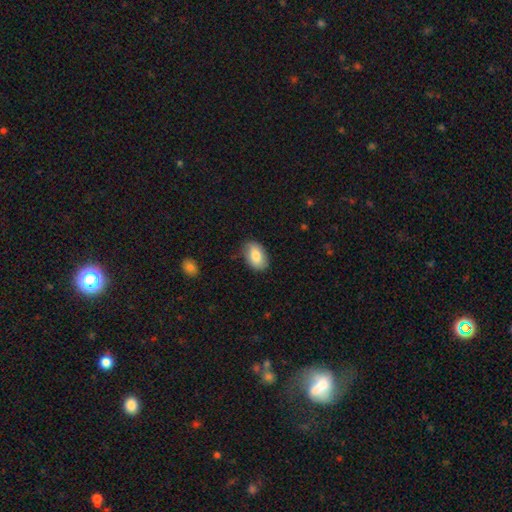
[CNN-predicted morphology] This appears to be a smooth galaxy with no disk features (81%) that is in between round and cigar-shaped (91%). Merging: none (83%).